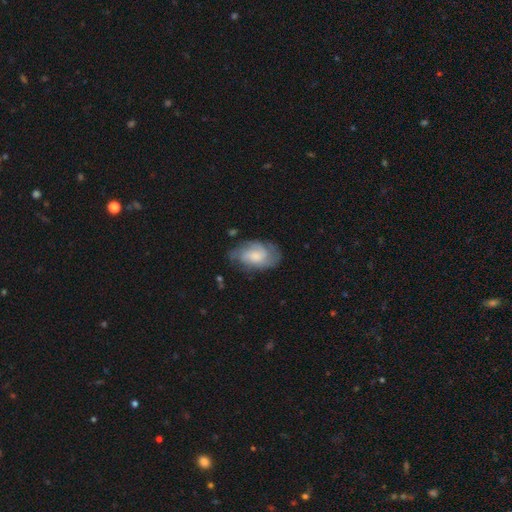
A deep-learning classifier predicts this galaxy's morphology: Smooth or featured: featured or disk — 63% (smooth — 30%)
Edge-on disk: no — 96% (yes — 4%)
Bar: no — 68% (weak — 28%)
Spiral arms: yes — 89% (no — 11%)
Spiral winding: tight — 44% (medium — 41%)
Spiral arm count: can't tell — 36% (2 — 25%)
Bulge size: moderate — 33% (large — 24%)
Merging: none — 65% (minor disturbance — 23%)